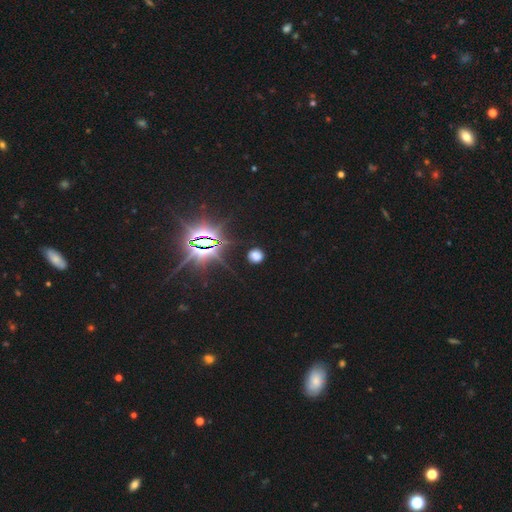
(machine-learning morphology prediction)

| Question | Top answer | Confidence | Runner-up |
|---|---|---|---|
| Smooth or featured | smooth | 57% | star or artifact (36%) |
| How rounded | round | 85% | in between (13%) |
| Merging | none | 84% | minor disturbance (10%) |